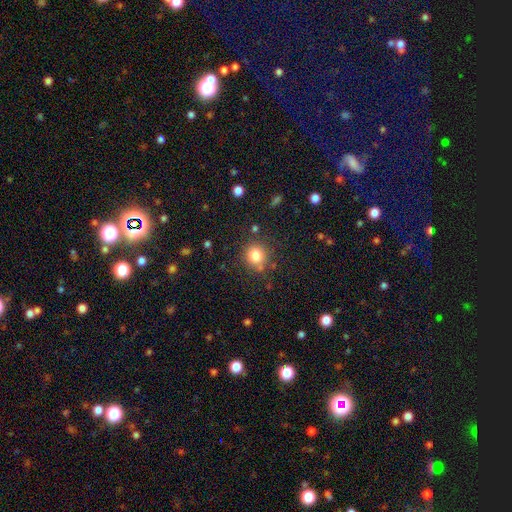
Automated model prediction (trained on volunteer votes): Smooth or featured? smooth (81%)
How rounded? round (87%)
Merging? none (79%)